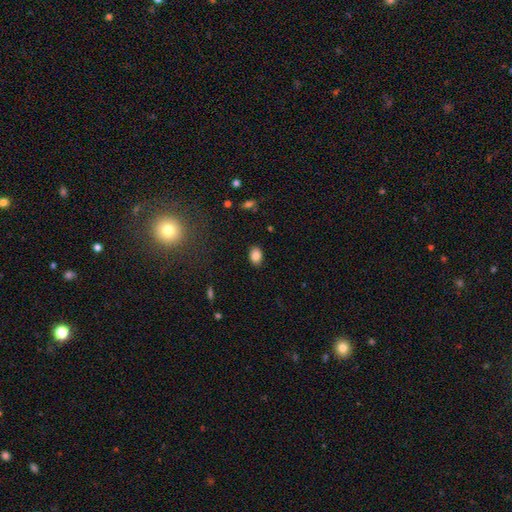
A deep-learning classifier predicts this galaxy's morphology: smooth-or-featured: smooth: 84% | star or artifact: 9% | featured or disk: 6%
  how-rounded: in between: 79% | round: 20% | cigar-shaped: 1%
  merging: none: 88% | minor disturbance: 9% | major disturbance: 2% | merger: 1%